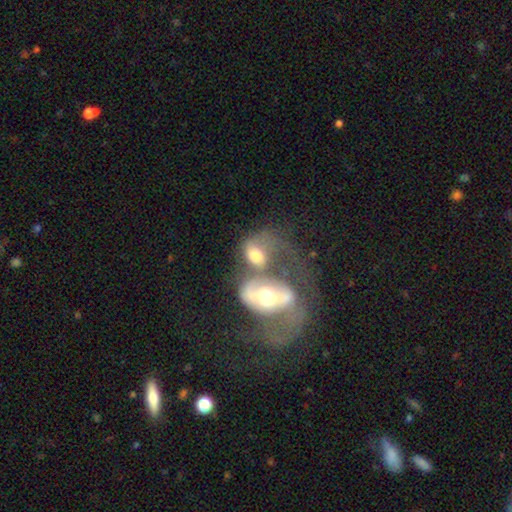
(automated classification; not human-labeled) Morphology: type=featured or disk (53%); edge-on=no (92%); merging=merger (65%).